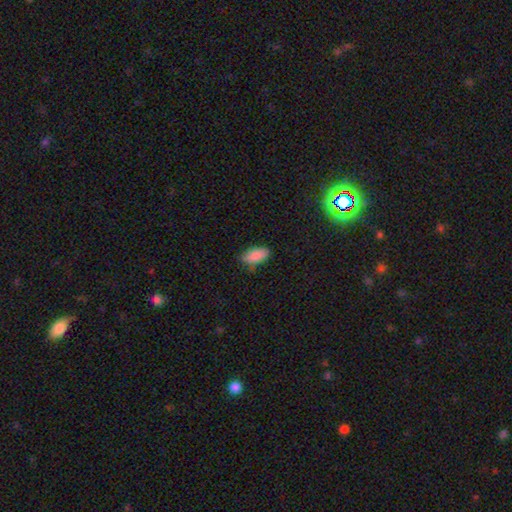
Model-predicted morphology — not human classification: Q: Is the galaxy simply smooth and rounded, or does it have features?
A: smooth — 87%.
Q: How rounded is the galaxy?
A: in between — 90%.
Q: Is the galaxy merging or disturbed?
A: none — 70%.